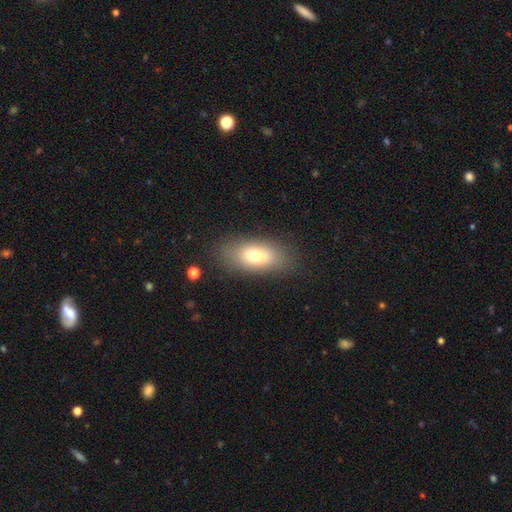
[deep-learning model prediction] This appears to be a smooth galaxy with no disk features (71%) that is in between round and cigar-shaped (87%). Merging: none (83%).